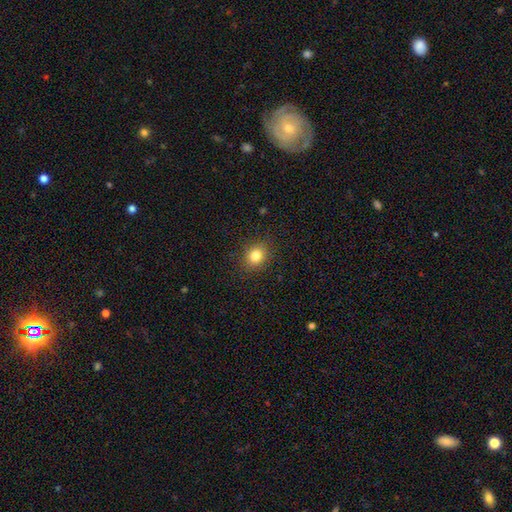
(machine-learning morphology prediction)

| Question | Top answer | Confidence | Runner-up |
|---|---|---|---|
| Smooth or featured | smooth | 81% | star or artifact (13%) |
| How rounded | round | 75% | in between (24%) |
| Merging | none | 88% | minor disturbance (8%) |